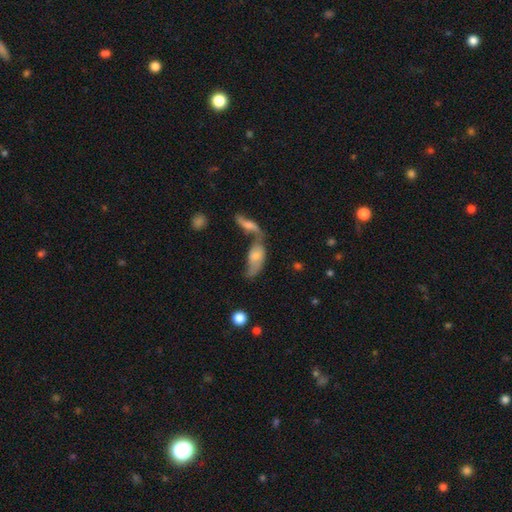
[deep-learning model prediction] A featured or disk galaxy (46%). Merging: merger (54%).